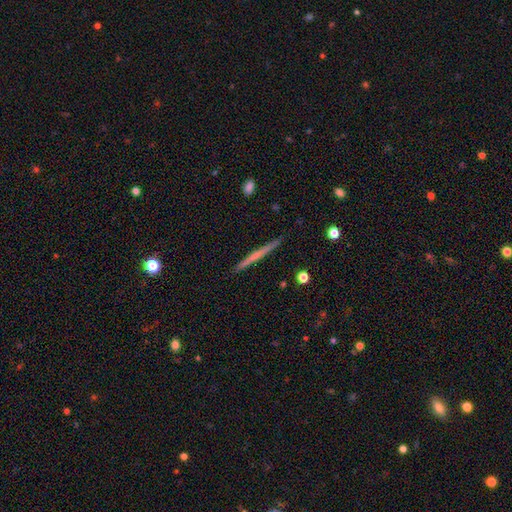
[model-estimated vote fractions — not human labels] This appears to be a featured or disk galaxy (54%) viewed edge-on (98%) with no central bulge (76%). Merging: none (91%).